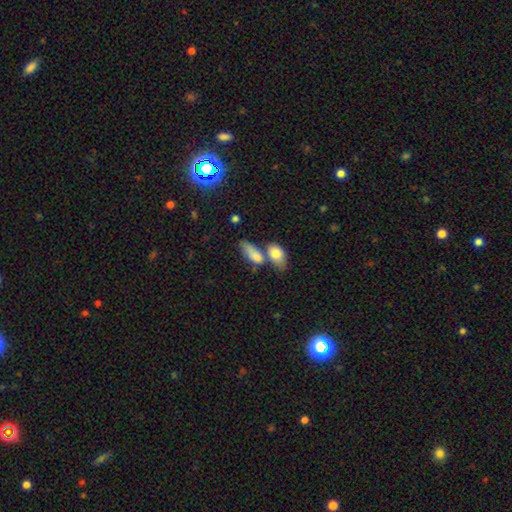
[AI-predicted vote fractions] Smooth or featured: smooth — 77% (featured or disk — 13%)
How rounded: in between — 71% (cigar-shaped — 21%)
Merging: merger — 40% (tied with none — 40%)